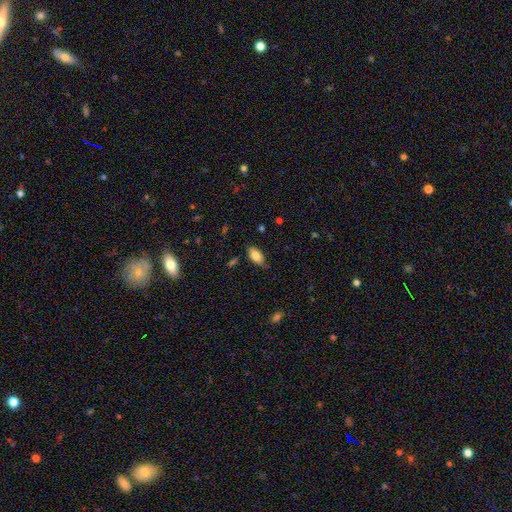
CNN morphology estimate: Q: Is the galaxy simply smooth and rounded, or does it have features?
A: smooth — 80%.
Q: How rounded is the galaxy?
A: in between — 91%.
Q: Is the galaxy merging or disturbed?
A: none — 77%.